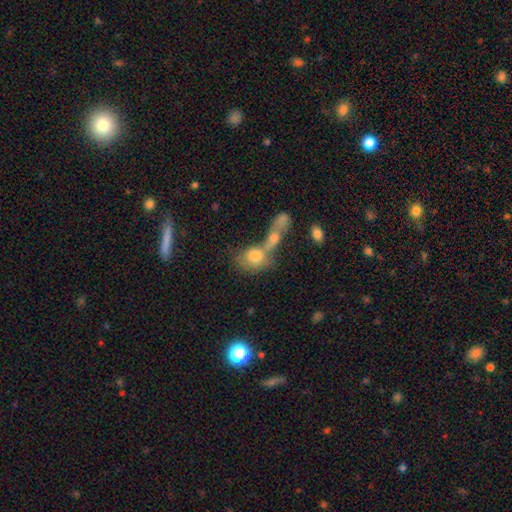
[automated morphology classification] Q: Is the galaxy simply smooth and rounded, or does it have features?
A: smooth — 70%.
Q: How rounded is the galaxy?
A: in between — 60%.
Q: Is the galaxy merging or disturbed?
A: merger — 65%.